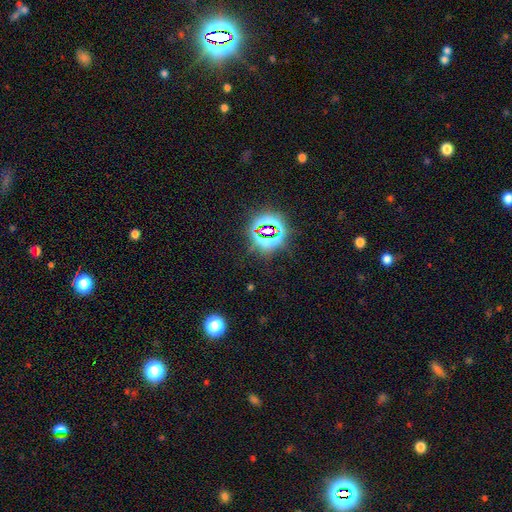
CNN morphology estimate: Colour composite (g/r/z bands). It shows a star or artifact, not a galaxy (78%).